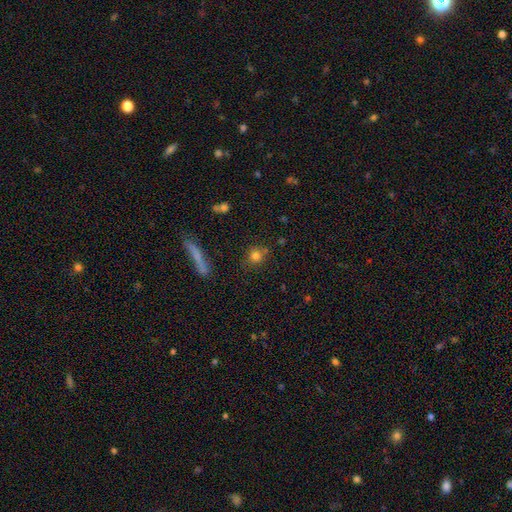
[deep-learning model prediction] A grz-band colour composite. It shows a smooth galaxy with no disk features (78%) that is round (86%). Merging: none (77%).